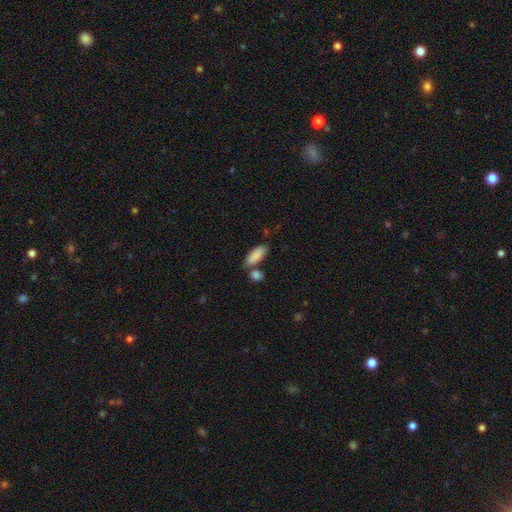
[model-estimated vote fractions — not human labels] smooth 87%, featured or disk 7%, star or artifact 6%. Down the decision tree: how rounded — in between (75%); merging — none (60%).